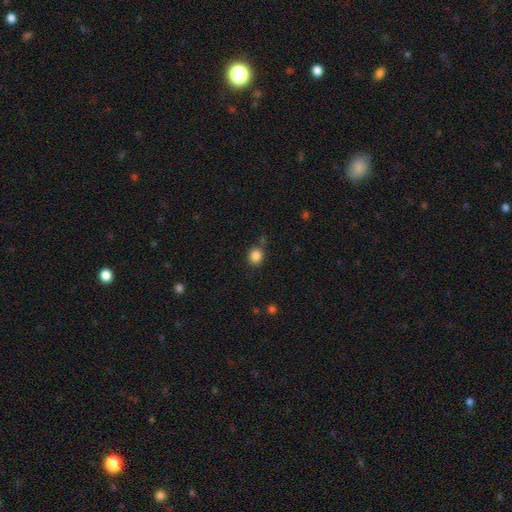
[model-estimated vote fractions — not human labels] A smooth galaxy with no disk features (86%) that is round (76%). Merging: none (80%).